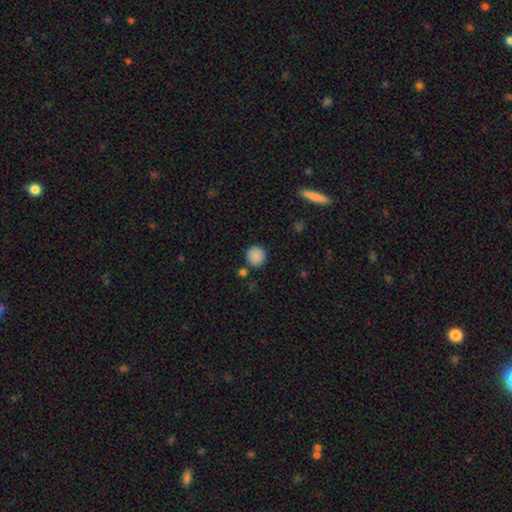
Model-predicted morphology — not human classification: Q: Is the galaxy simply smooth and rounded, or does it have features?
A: smooth — 88%.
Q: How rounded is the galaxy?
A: round — 91%.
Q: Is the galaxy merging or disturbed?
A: none — 83%.